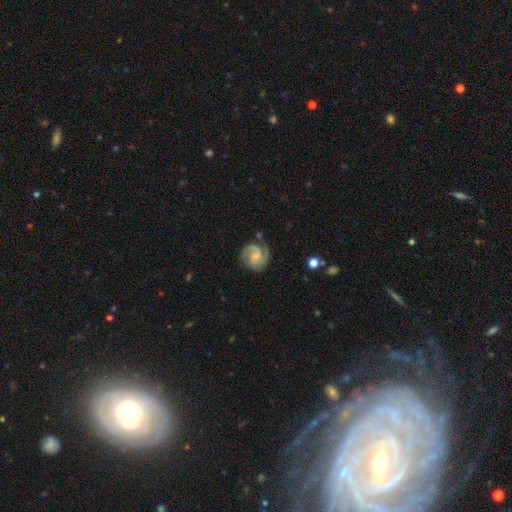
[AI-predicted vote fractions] smooth-or-featured: featured or disk: 82% | smooth: 13% | star or artifact: 5%
  disk-edge-on: no: 98% | yes: 2%
    bar: no: 47% | weak: 43% | strong: 10%
    has-spiral-arms: yes: 97% | no: 3%
      spiral-winding: medium: 45% | tight: 44% | loose: 11%
      spiral-arm-count: 2: 82% | 1: 6% | can't tell: 5% | 3: 5% | 4: 1% | more than 4: 1%
    bulge-size: none: 42% | small: 32% | moderate: 20% | large: 5% | dominant: 1%
  merging: none: 75% | minor disturbance: 16% | major disturbance: 7% | merger: 2%